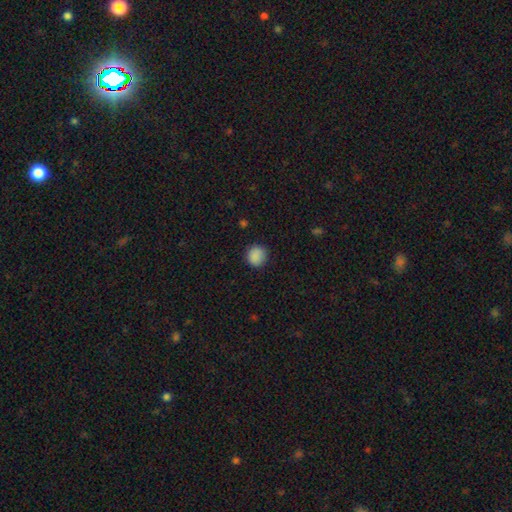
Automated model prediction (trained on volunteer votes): Smooth or featured: smooth — 88% (star or artifact — 9%)
How rounded: round — 87% (in between — 12%)
Merging: none — 87% (minor disturbance — 10%)